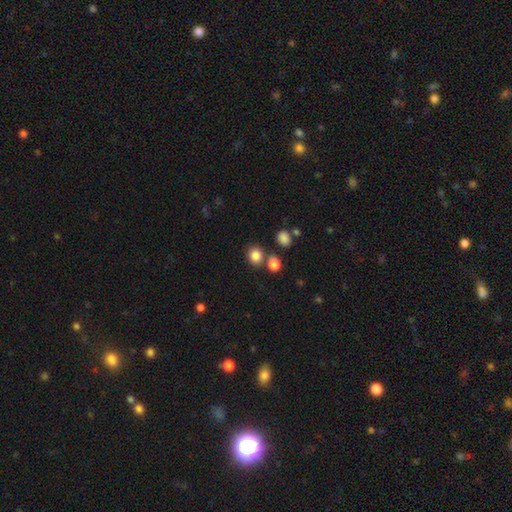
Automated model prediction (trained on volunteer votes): This is clearly a smooth galaxy (84%). How rounded: likely round (79%). Merging: likely none (71%).